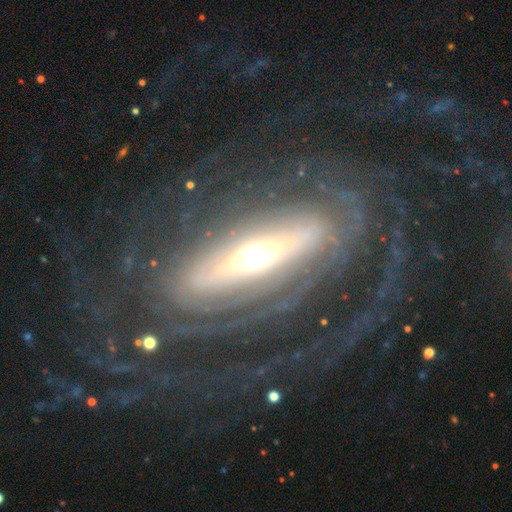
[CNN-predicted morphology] This is clearly a featured or disk galaxy (88%). It is likely not viewed edge-on (78%). Bar: possibly strong (57%). Spiral arm pattern: clearly yes (89%). Spiral arm count: marginally can't tell (30%). Spiral winding: likely tight (61%). Central bulge: possibly moderate (53%). Merging: likely none (68%).